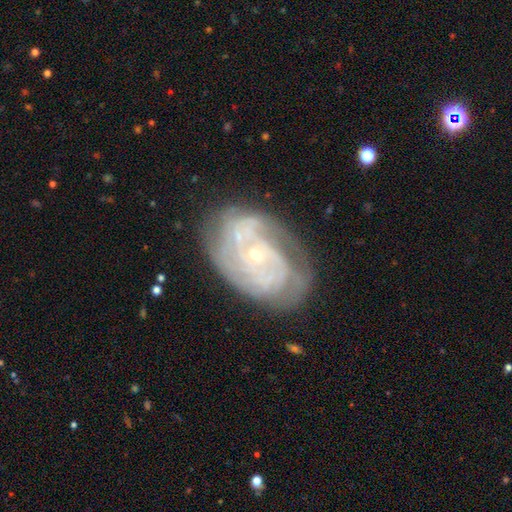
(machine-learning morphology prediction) Smooth or featured? Predicted: featured or disk (p=0.84). Edge-on disk? Predicted: no (p=0.97). Bar? Predicted: no (p=0.72). Spiral arms? Predicted: yes (p=0.92). Spiral winding? Predicted: tight (p=0.68). Spiral arm count? Predicted: can't tell (p=0.36). Bulge size? Predicted: small (p=0.77). Merging? Predicted: none (p=0.68).